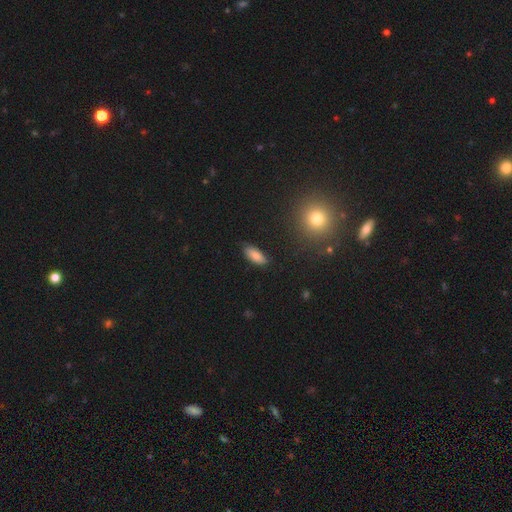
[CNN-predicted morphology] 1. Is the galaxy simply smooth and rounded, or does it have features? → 83% smooth, 10% featured or disk, 8% star or artifact.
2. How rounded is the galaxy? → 78% in between, 20% cigar-shaped, 2% round.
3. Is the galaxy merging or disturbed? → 85% none, 12% minor disturbance, 2% major disturbance, 1% merger.